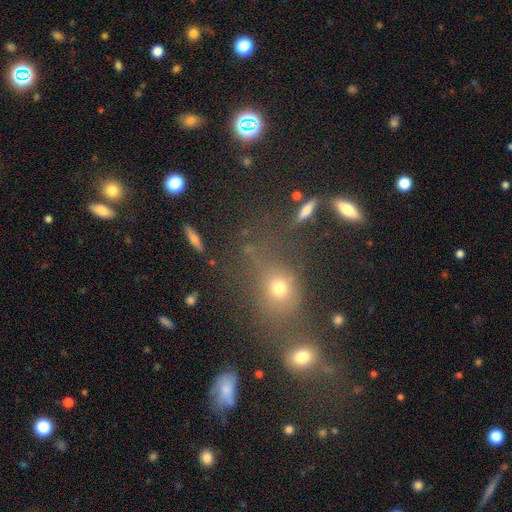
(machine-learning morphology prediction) smooth 51%, star or artifact 35%, featured or disk 14%. Down the decision tree: how rounded — round (59%); merging — none (52%).